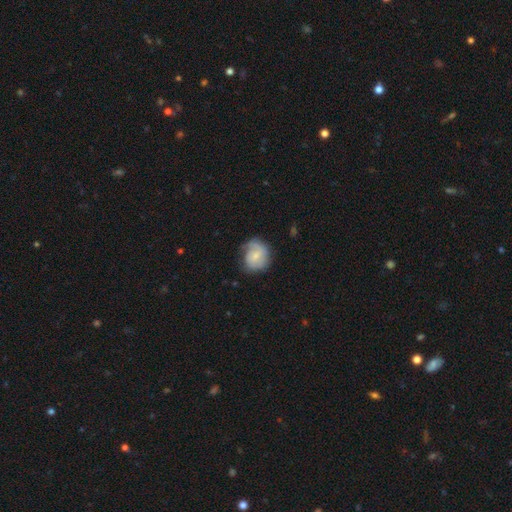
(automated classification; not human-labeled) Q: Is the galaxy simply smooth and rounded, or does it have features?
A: featured or disk — 49%.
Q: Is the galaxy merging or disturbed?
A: none — 54%.